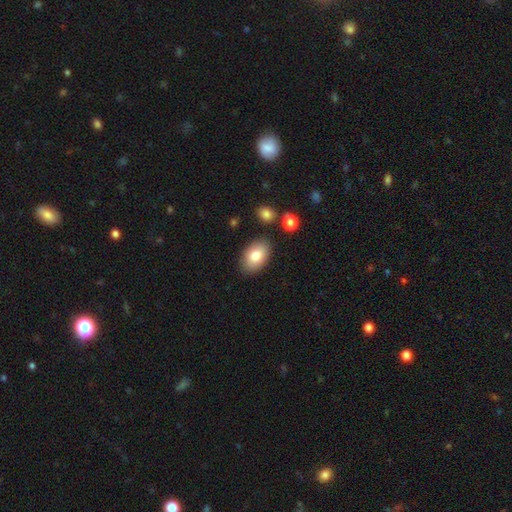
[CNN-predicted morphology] Overall: smooth (81%). How rounded: in between (91%). Merging: none (83%).